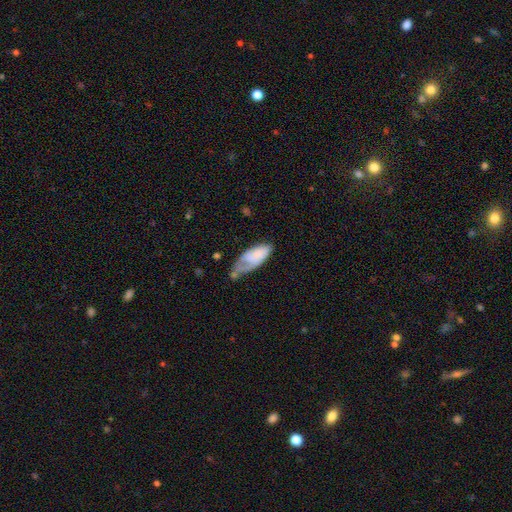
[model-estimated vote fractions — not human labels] Smooth or featured? smooth (63%)
How rounded? in between (83%)
Merging? minor disturbance (35%)